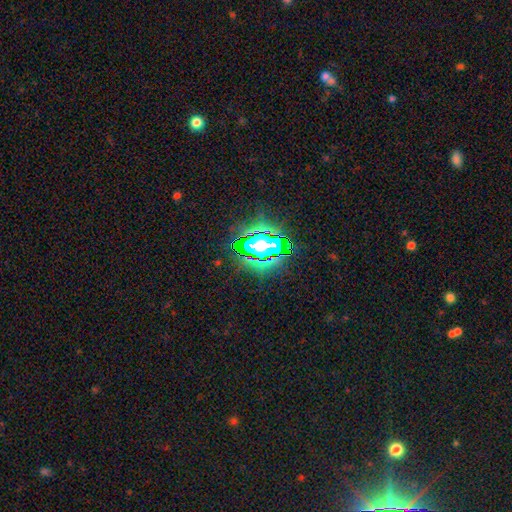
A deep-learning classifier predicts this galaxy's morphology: Smooth or featured?
  - star or artifact: 71% *
  - smooth: 17%
  - featured or disk: 12%